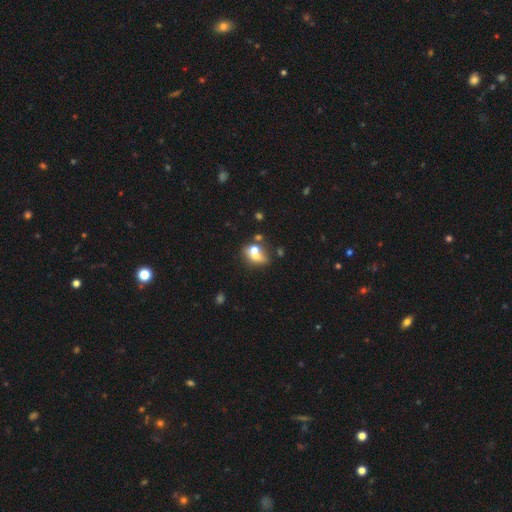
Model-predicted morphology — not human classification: Smooth or featured? Predicted: smooth (p=0.61). How rounded? Predicted: in between (p=0.58). Merging? Predicted: merger (p=0.47).